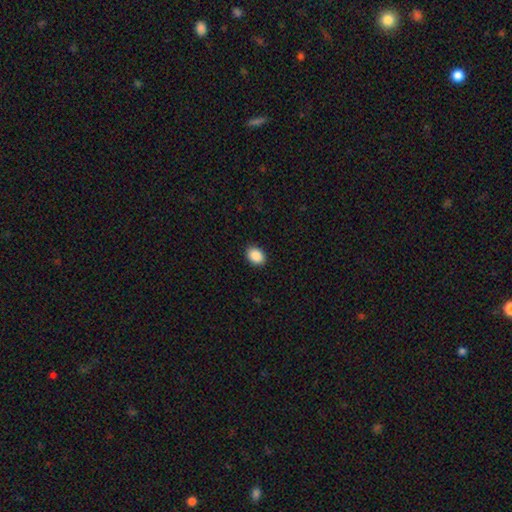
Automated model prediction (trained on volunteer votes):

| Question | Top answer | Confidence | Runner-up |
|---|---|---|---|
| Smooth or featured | smooth | 90% | star or artifact (8%) |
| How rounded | in between | 68% | round (31%) |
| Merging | none | 90% | minor disturbance (7%) |